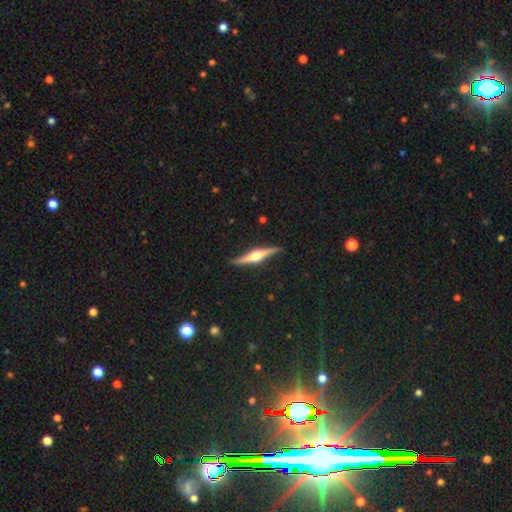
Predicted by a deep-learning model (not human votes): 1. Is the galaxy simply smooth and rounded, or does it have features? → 76% featured or disk, 19% smooth, 5% star or artifact.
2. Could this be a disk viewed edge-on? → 98% yes, 2% no.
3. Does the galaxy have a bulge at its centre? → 93% rounded, 5% boxy, 3% none.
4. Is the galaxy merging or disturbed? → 88% none, 9% minor disturbance, 2% major disturbance, 1% merger.